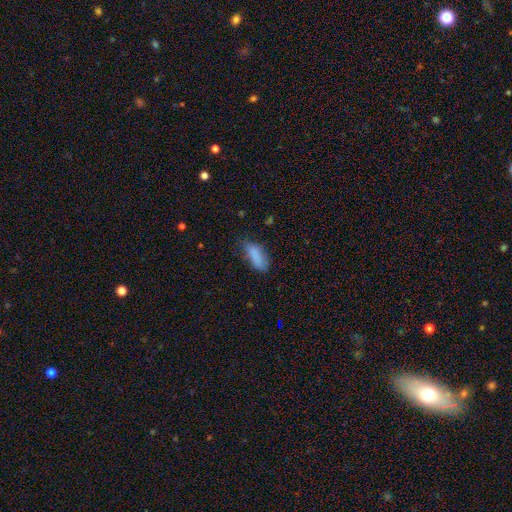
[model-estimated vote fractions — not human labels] Smooth or featured? smooth (84%)
How rounded? in between (82%)
Merging? none (58%)